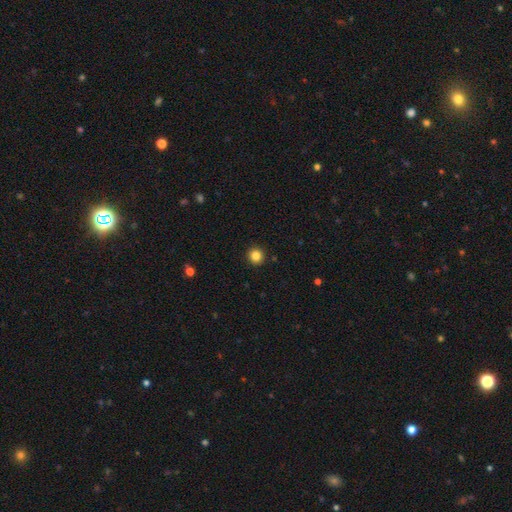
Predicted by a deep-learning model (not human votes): Smooth or featured?
  - smooth: 84% *
  - star or artifact: 11%
  - featured or disk: 4%
How rounded?
  - round: 92% *
  - in between: 7%
  - cigar-shaped: 1%
Merging?
  - none: 92% *
  - minor disturbance: 5%
  - major disturbance: 2%
  - merger: 1%